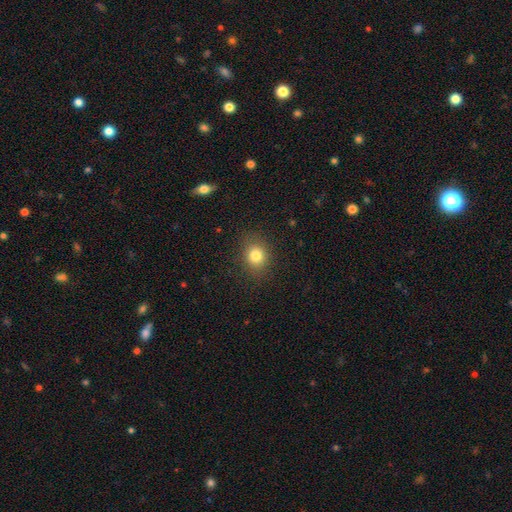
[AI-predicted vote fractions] Morphology: type=smooth (81%); roundness=round (64%); merging=none (86%).